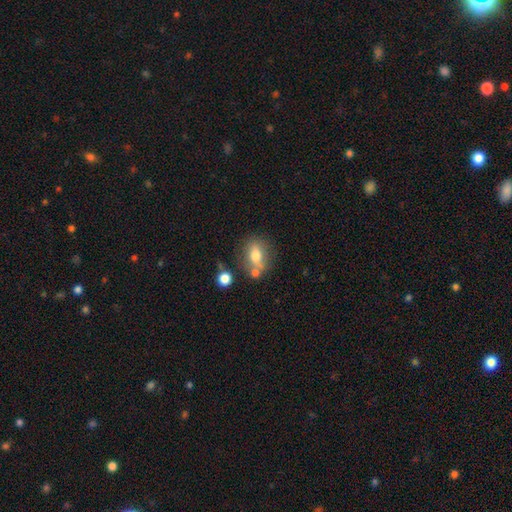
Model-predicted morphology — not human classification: This is likely a smooth galaxy (65%). How rounded: likely in between (63%). Merging: likely none (60%).